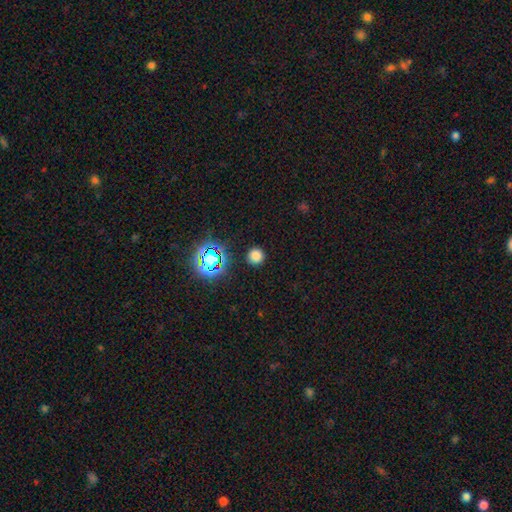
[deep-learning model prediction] Morphology: type=smooth (74%); roundness=round (94%); merging=none (89%).